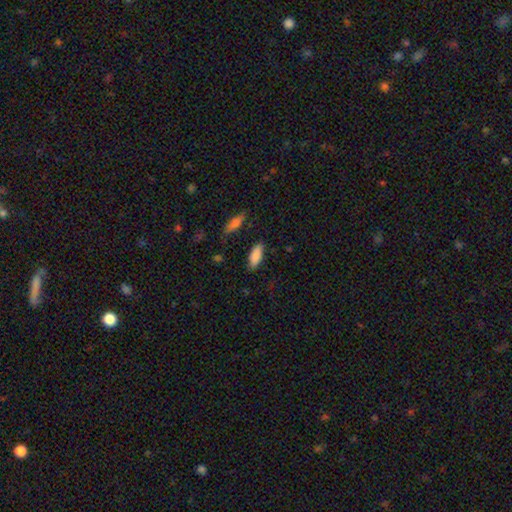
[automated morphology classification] A smooth galaxy with no disk features (87%) that is in between round and cigar-shaped (75%). Merging: none (83%).